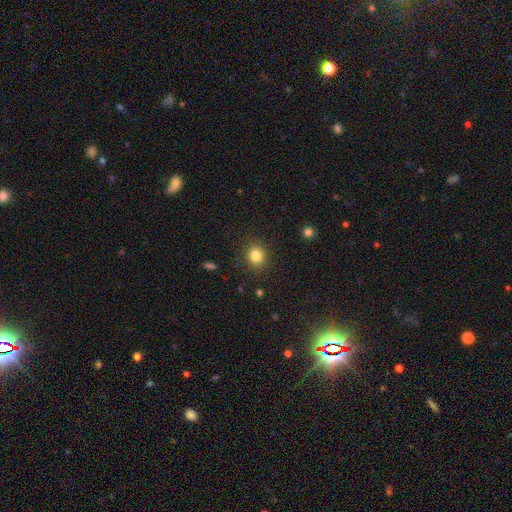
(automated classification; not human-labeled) smooth 83%, star or artifact 11%, featured or disk 6%. Down the decision tree: how rounded — round (79%); merging — none (88%).